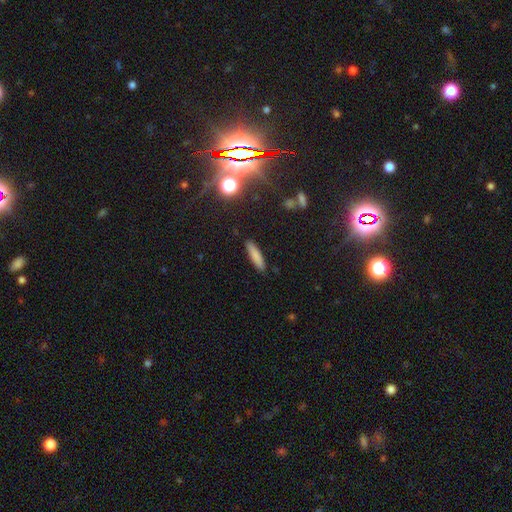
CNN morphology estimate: This is clearly a smooth galaxy (82%). How rounded: likely cigar-shaped (79%). Merging: clearly none (89%).